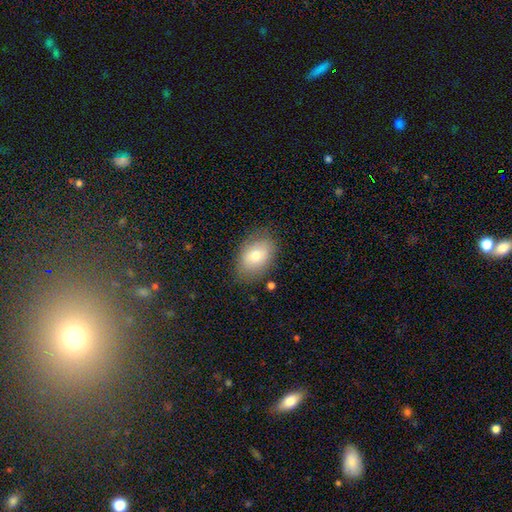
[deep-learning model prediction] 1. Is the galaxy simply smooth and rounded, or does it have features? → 75% smooth, 17% featured or disk, 8% star or artifact.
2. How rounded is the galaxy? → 81% in between, 18% round, 1% cigar-shaped.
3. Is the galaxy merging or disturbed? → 81% none, 14% minor disturbance, 4% major disturbance, 2% merger.